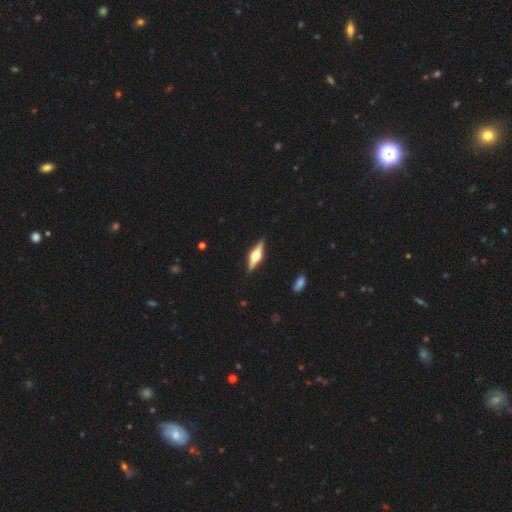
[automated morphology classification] A featured or disk galaxy (70%) viewed edge-on (97%) with a rounded central bulge (94%). Merging: none (90%).